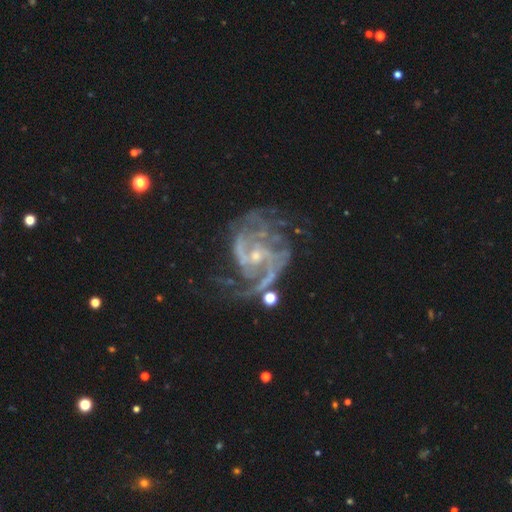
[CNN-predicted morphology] Q: Smooth or featured?
A: featured or disk (89%); runner-up: star or artifact (7%)
Q: Edge-on disk?
A: no (98%); runner-up: yes (2%)
Q: Bar?
A: no (48%); runner-up: weak (40%)
Q: Spiral arms?
A: yes (96%); runner-up: no (4%)
Q: Spiral winding?
A: medium (49%); runner-up: tight (30%)
Q: Spiral arm count?
A: 2 (43%); runner-up: can't tell (20%)
Q: Bulge size?
A: small (72%); runner-up: moderate (21%)
Q: Merging?
A: none (47%); runner-up: major disturbance (27%)